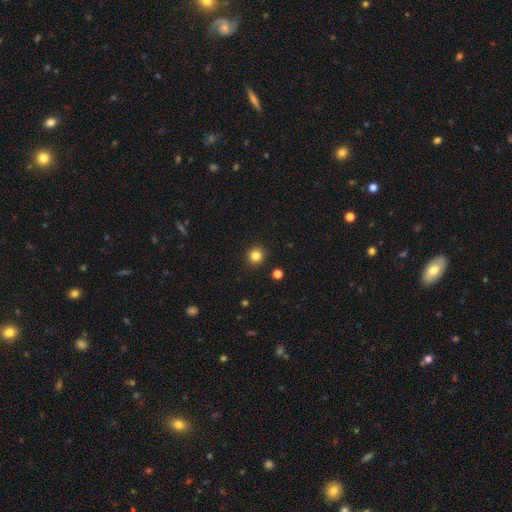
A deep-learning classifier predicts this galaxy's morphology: smooth_or_featured: smooth (p=0.82) [alt: star or artifact p=0.12]
how_rounded: round (p=0.92) [alt: in between p=0.07]
merging: none (p=0.91) [alt: minor disturbance p=0.05]